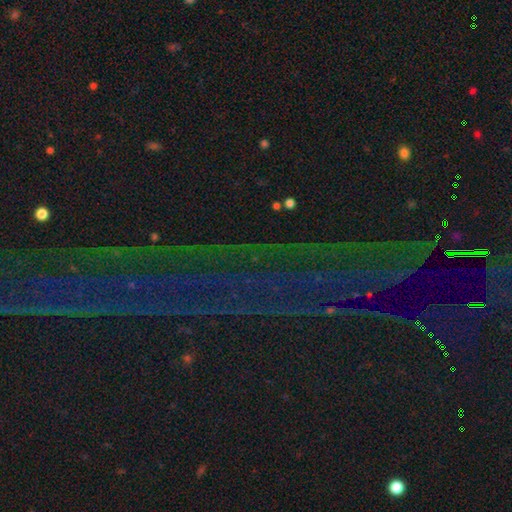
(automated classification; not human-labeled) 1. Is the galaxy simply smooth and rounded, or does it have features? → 80% star or artifact, 10% featured or disk, 9% smooth.